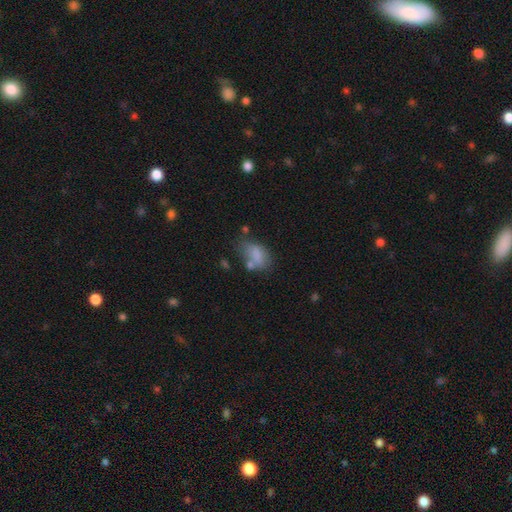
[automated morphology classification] Q: Smooth or featured?
A: smooth (74%); runner-up: featured or disk (16%)
Q: How rounded?
A: in between (87%); runner-up: round (11%)
Q: Merging?
A: none (38%); runner-up: minor disturbance (27%)